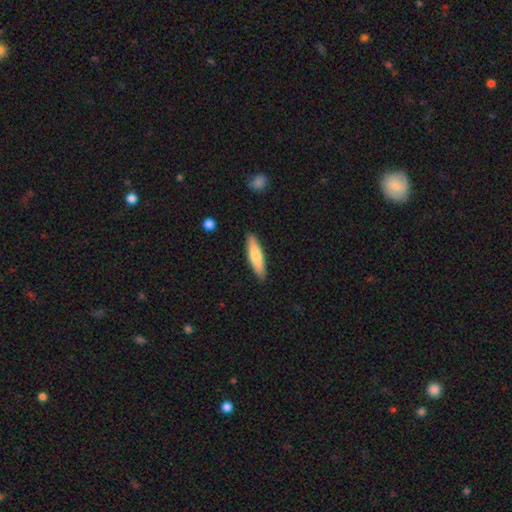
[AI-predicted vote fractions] This appears to be a smooth galaxy with no disk features (71%) that is cigar-shaped (72%). Merging: none (89%).